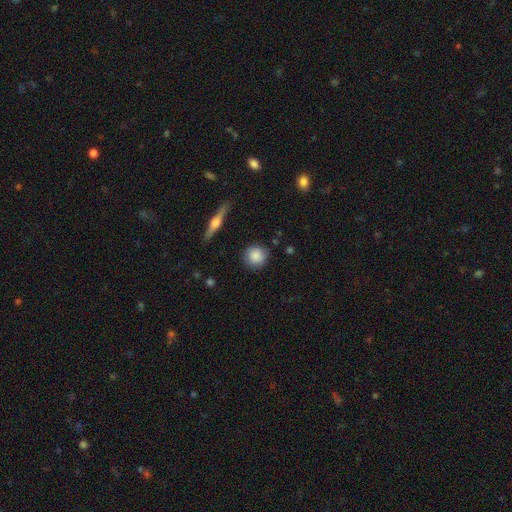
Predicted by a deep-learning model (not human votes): This appears to be a smooth galaxy with no disk features (84%) that is round (90%). Merging: none (85%).